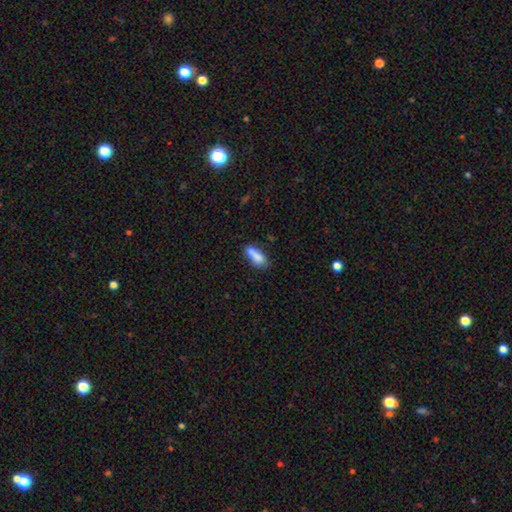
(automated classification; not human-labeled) Overall: smooth (77%). How rounded: in between (72%). Merging: none (41%; merger 32%).